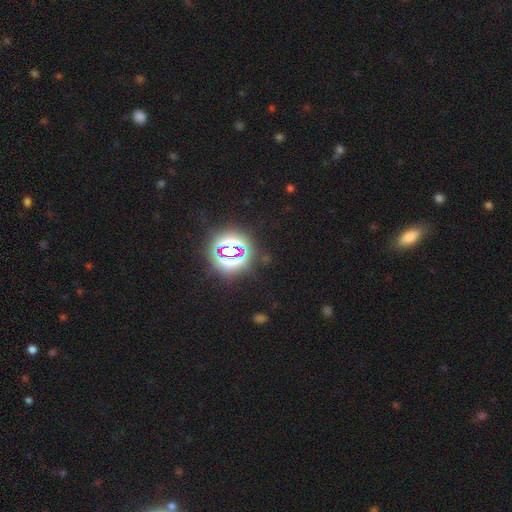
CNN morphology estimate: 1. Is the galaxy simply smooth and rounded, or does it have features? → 79% star or artifact, 15% smooth, 6% featured or disk.